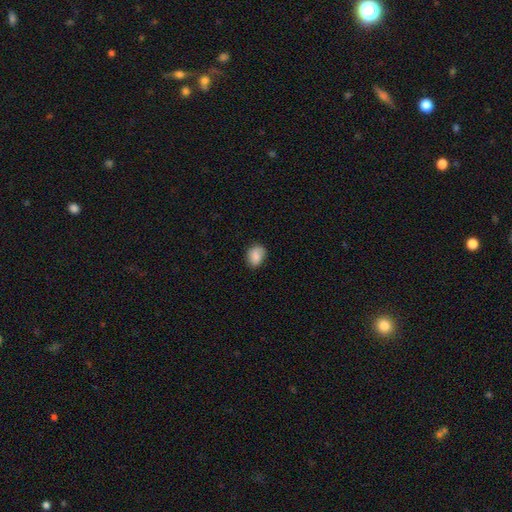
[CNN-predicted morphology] Smooth or featured: smooth — 84% (featured or disk — 8%)
How rounded: in between — 61% (round — 37%)
Merging: none — 76% (minor disturbance — 19%)